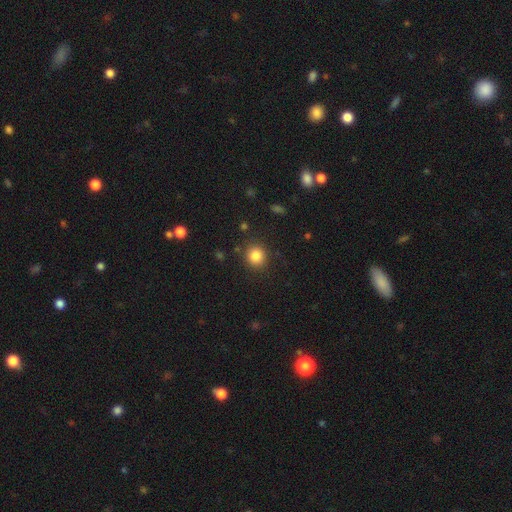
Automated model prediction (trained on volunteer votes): The model was most divided on "smooth or featured": smooth: 84%, star or artifact: 11%, featured or disk: 5%. More confident: merging — none (88%); how rounded — round (88%).